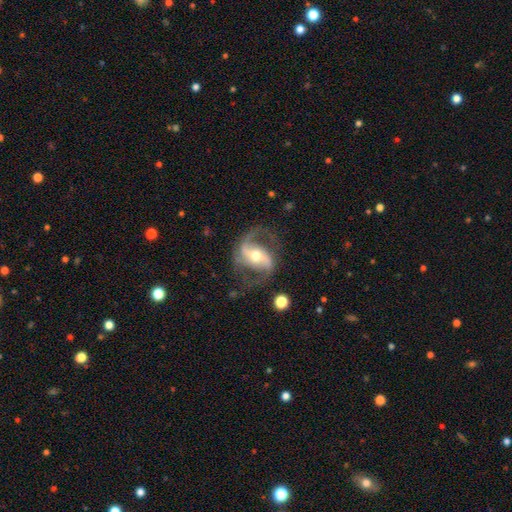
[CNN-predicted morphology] Smooth or featured? featured or disk (87%)
Edge-on disk? no (96%)
Bar? strong (44%)
Spiral arms? yes (95%)
Spiral winding? loose (46%)
Spiral arm count? 2 (89%)
Bulge size? moderate (68%)
Merging? none (69%)